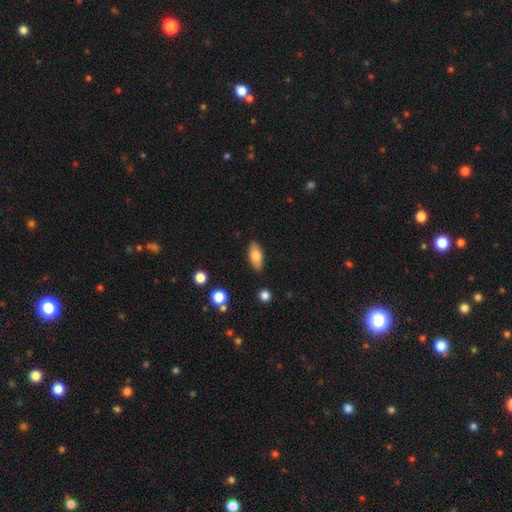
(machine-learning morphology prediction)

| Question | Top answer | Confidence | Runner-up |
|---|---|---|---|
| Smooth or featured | smooth | 75% | featured or disk (18%) |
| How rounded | in between | 84% | cigar-shaped (13%) |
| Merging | none | 86% | minor disturbance (10%) |